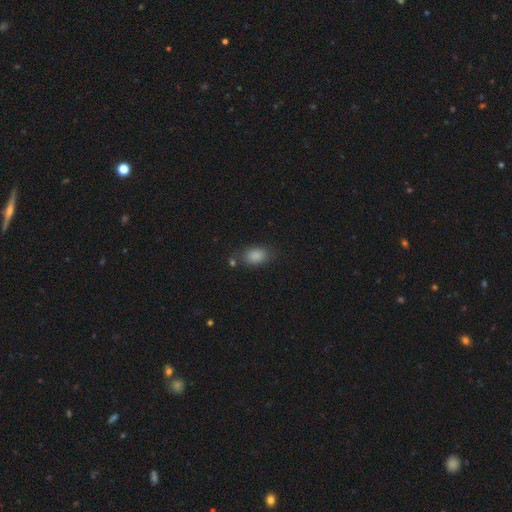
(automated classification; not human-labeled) Q: Smooth or featured?
A: smooth (86%); runner-up: star or artifact (9%)
Q: How rounded?
A: in between (86%); runner-up: round (12%)
Q: Merging?
A: none (73%); runner-up: minor disturbance (16%)